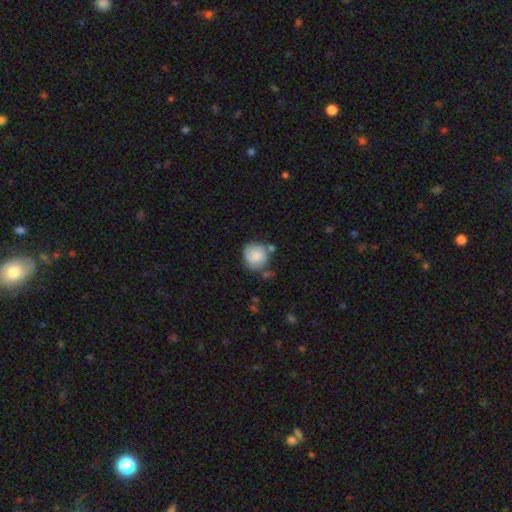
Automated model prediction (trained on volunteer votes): smooth_or_featured: smooth (p=0.74) [alt: featured or disk p=0.18]
how_rounded: round (p=0.81) [alt: in between p=0.18]
merging: none (p=0.53) [alt: minor disturbance p=0.25]